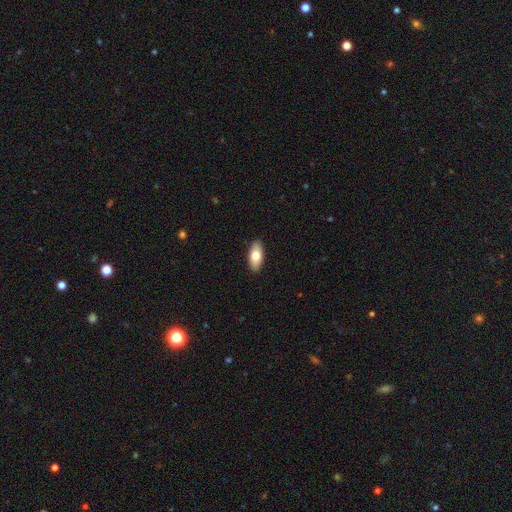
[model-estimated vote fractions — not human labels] Smooth or featured: smooth — 76% (featured or disk — 18%)
How rounded: in between — 88% (cigar-shaped — 9%)
Merging: none — 90% (minor disturbance — 7%)